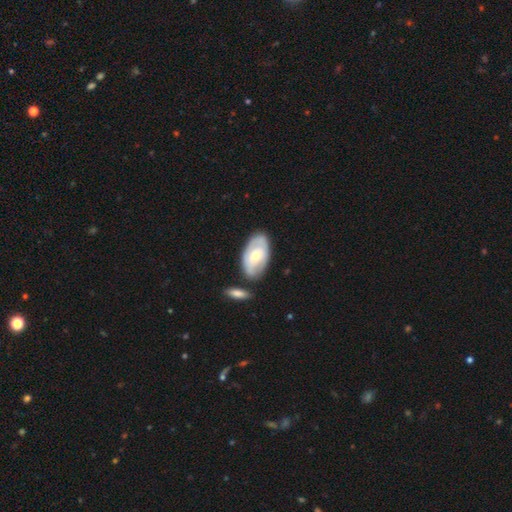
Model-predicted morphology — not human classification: A featured or disk galaxy (54%).

Vote fractions:
- Smooth or featured? featured or disk: 54% / smooth: 41% / star or artifact: 5%
- Edge-on disk? no: 90% / yes: 10%
- Merging? none: 69% / minor disturbance: 17% / merger: 10% / major disturbance: 4%